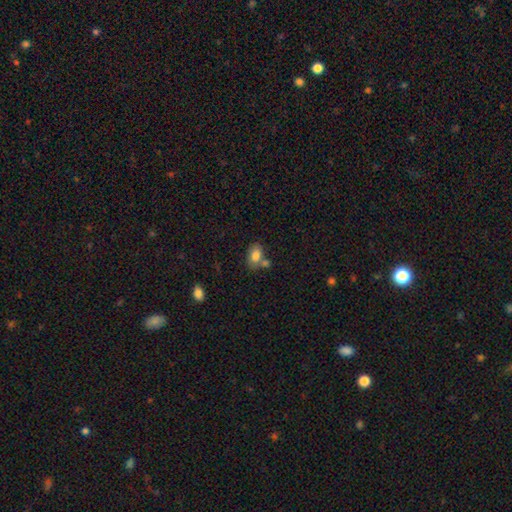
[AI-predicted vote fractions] Smooth or featured? Predicted: smooth (p=0.81). How rounded? Predicted: in between (p=0.82). Merging? Predicted: none (p=0.55).